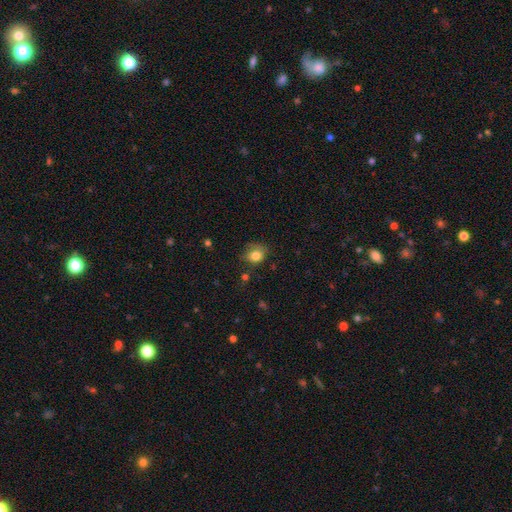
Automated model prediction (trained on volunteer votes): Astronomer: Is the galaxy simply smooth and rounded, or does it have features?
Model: smooth — 79%.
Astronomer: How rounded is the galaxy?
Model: round — 56% (runner-up: in between, 43%).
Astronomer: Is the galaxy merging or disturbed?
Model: none — 57%.